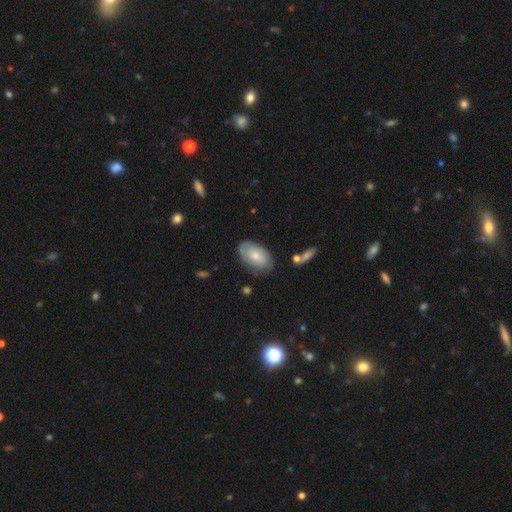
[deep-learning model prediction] This appears to be a smooth galaxy with no disk features (63%) that is in between round and cigar-shaped (94%). Merging: none (75%).